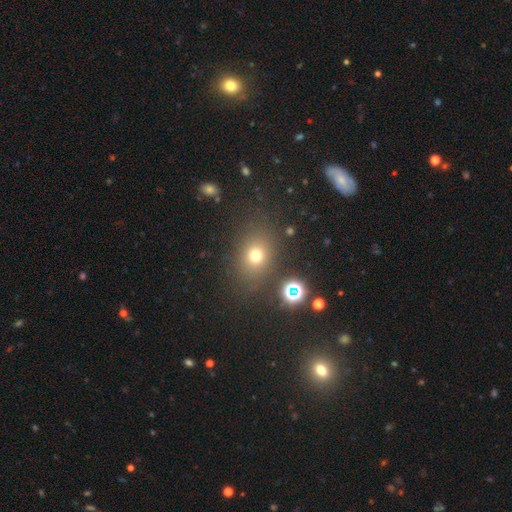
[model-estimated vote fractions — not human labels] Smooth or featured?
  - smooth: 70% *
  - star or artifact: 21%
  - featured or disk: 10%
How rounded?
  - round: 55% *
  - in between: 43%
  - cigar-shaped: 1%
Merging?
  - none: 79% *
  - minor disturbance: 12%
  - major disturbance: 6%
  - merger: 4%